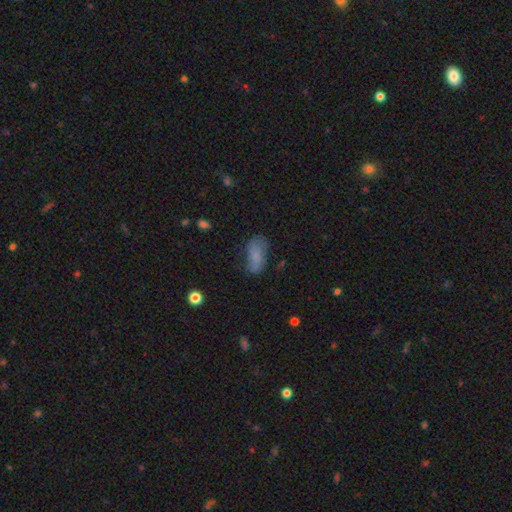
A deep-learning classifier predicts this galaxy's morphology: Smooth or featured: smooth — 75% (featured or disk — 16%)
How rounded: in between — 88% (cigar-shaped — 9%)
Merging: none — 58% (minor disturbance — 28%)